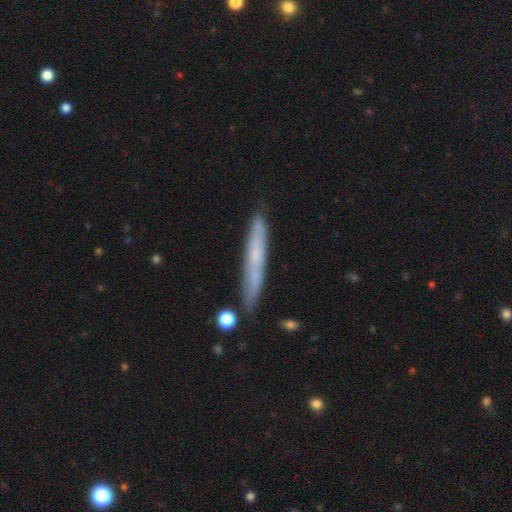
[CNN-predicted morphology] Smooth or featured? Predicted: smooth (p=0.48). Merging? Predicted: none (p=0.83).